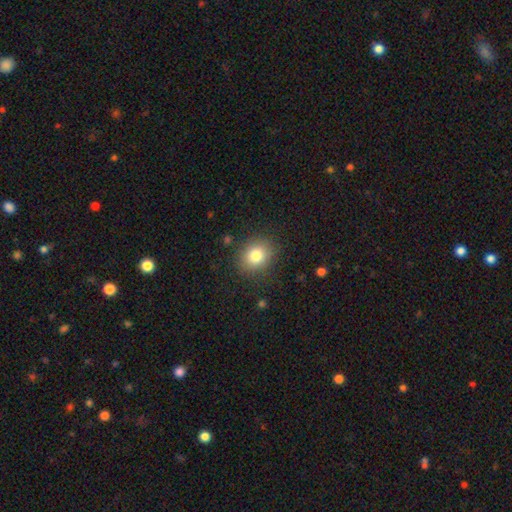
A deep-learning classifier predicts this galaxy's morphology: This appears to be a smooth galaxy with no disk features (81%) that is round (67%). Merging: none (87%).